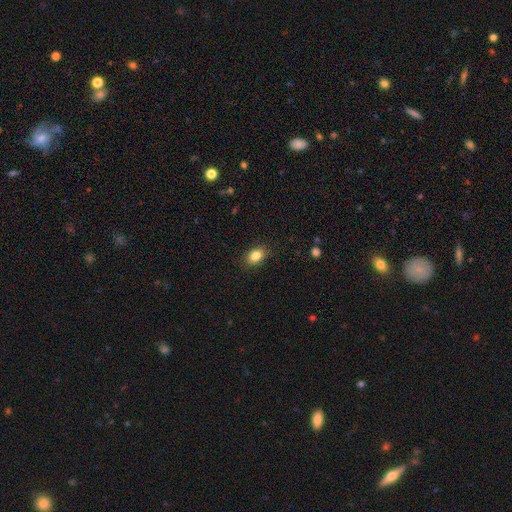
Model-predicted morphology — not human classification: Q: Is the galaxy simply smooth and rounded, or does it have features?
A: smooth — 84%.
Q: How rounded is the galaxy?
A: in between — 79%.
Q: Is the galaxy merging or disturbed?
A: none — 88%.